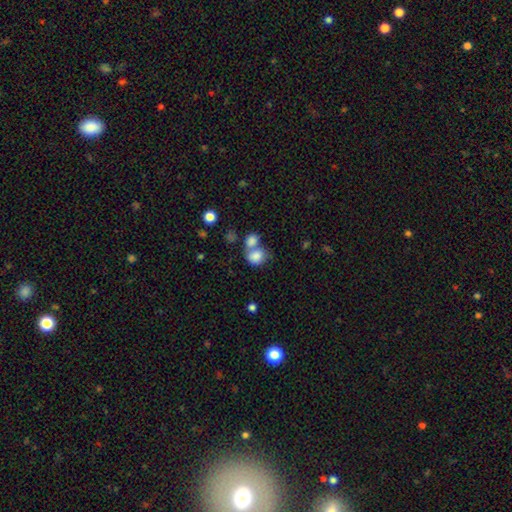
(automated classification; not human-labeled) The model was most divided on "how rounded": in between: 52%, round: 47%, cigar-shaped: 1%. More confident: smooth or featured — smooth (82%); merging — merger (57%).